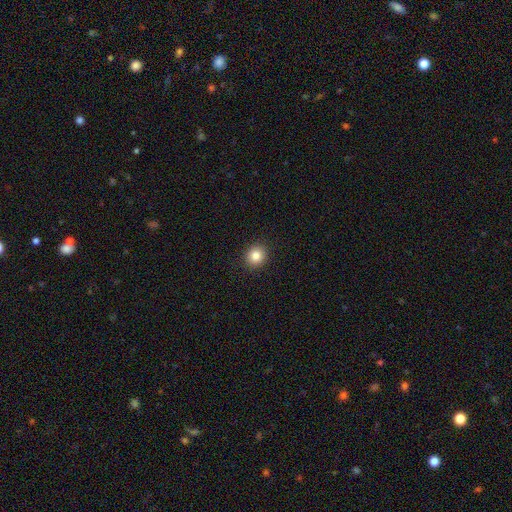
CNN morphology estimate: type=smooth (83%); roundness=round (84%); merging=none (92%).